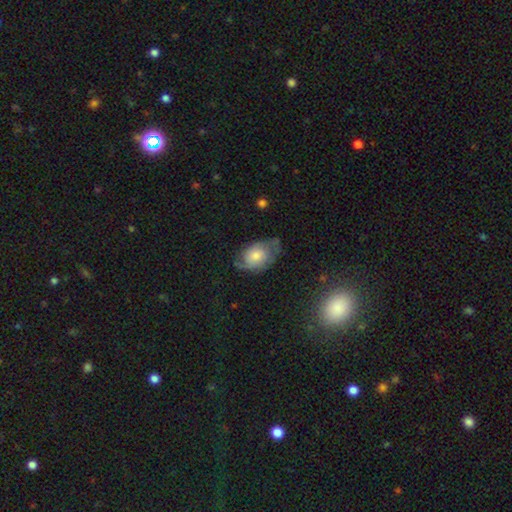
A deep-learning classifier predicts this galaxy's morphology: The model was most divided on "bulge size": moderate: 49%, small: 27%, large: 17%, none: 4%, dominant: 3%. More confident: edge-on disk — no (95%); spiral arms — yes (86%); bar — no (76%); merging — none (59%); smooth or featured — featured or disk (58%).